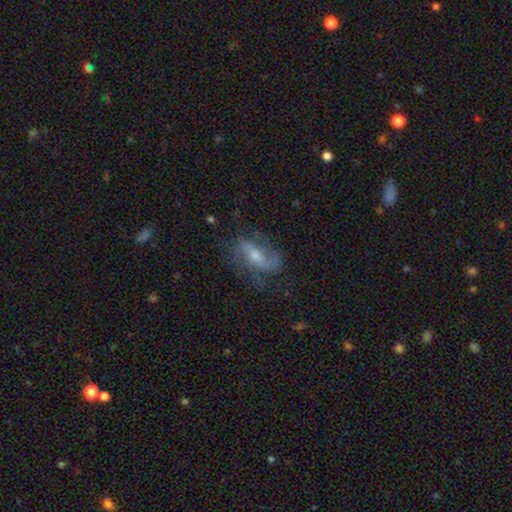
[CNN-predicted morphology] Smooth or featured? featured or disk (71%)
Edge-on disk? no (89%)
Bar? weak (39%)
Spiral arms? yes (88%)
Spiral winding? loose (59%)
Spiral arm count? 2 (75%)
Bulge size? moderate (50%)
Merging? none (60%)